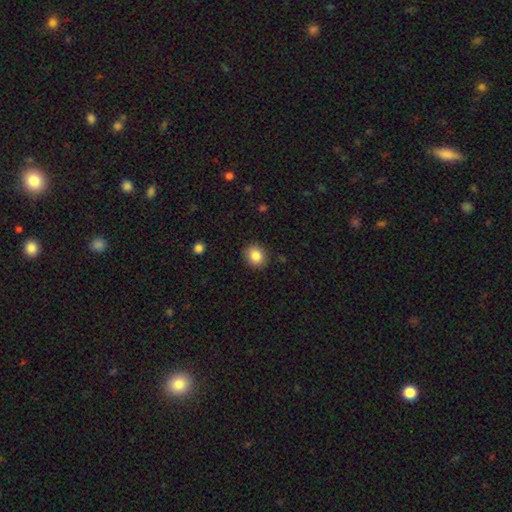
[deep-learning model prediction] smooth_or_featured: smooth (p=0.85) [alt: star or artifact p=0.09]
how_rounded: round (p=0.70) [alt: in between p=0.30]
merging: none (p=0.89) [alt: minor disturbance p=0.08]